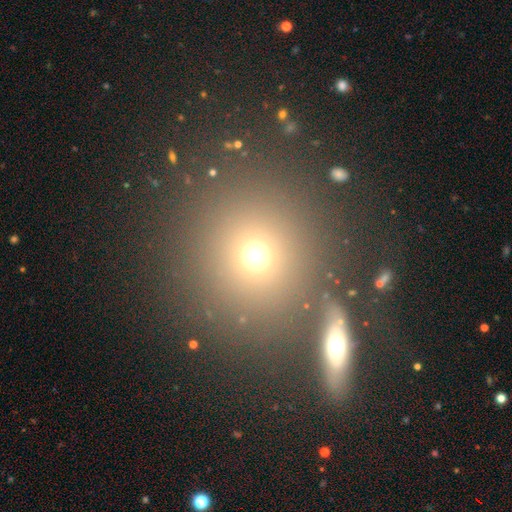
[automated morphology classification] smooth-or-featured: smooth: 65% | star or artifact: 22% | featured or disk: 12%
  how-rounded: round: 91% | in between: 8% | cigar-shaped: 1%
  merging: none: 78% | merger: 11% | minor disturbance: 8% | major disturbance: 4%